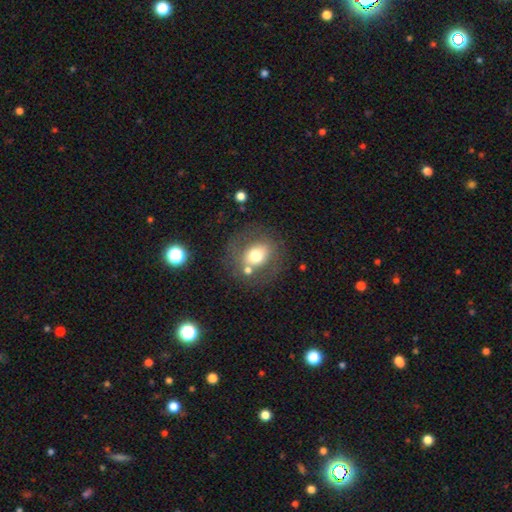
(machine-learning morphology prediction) This is possibly a smooth galaxy (57%). How rounded: likely round (73%). Merging: likely none (71%).